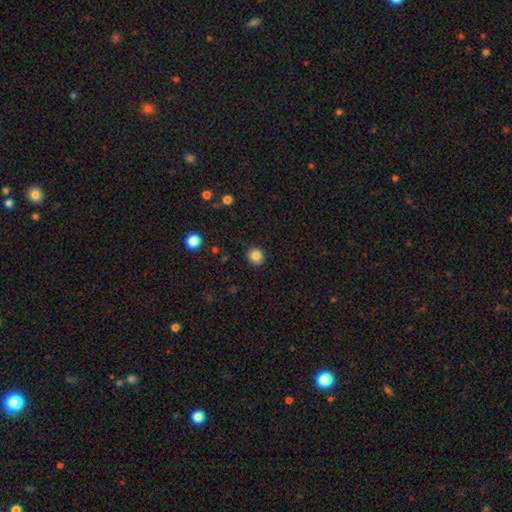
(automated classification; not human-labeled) Q: Smooth or featured?
A: smooth (84%); runner-up: star or artifact (10%)
Q: How rounded?
A: round (88%); runner-up: in between (11%)
Q: Merging?
A: none (91%); runner-up: minor disturbance (6%)